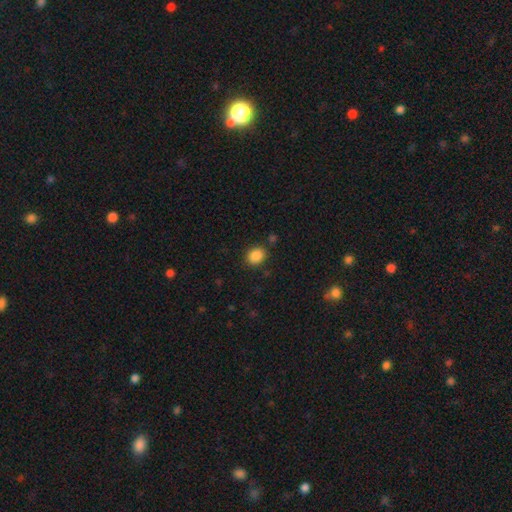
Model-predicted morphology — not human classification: This appears to be a smooth galaxy with no disk features (87%) that is round (51%). Merging: none (85%).